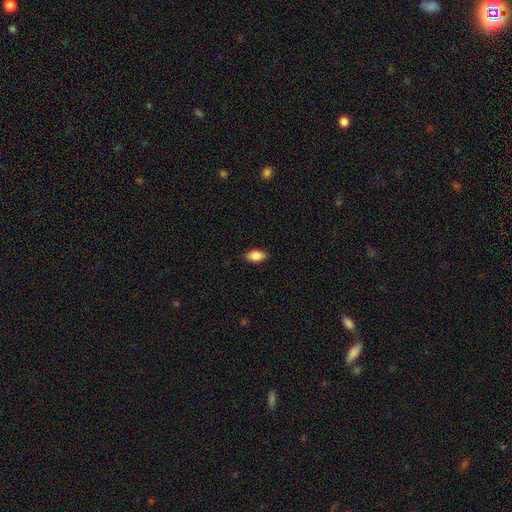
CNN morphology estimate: Overall: smooth (86%). How rounded: in between (92%). Merging: none (88%).